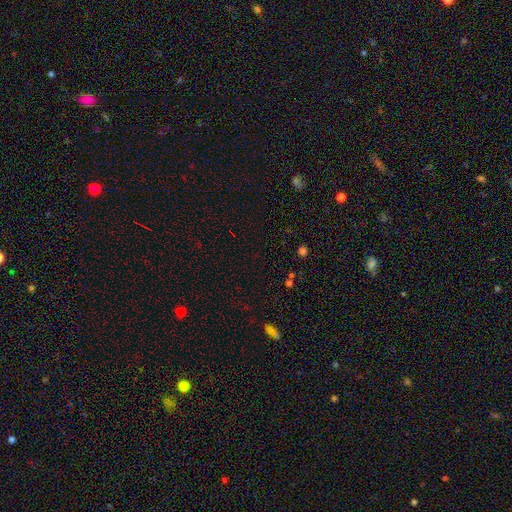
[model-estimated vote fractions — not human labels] star or artifact 64%, smooth 29%, featured or disk 8%.